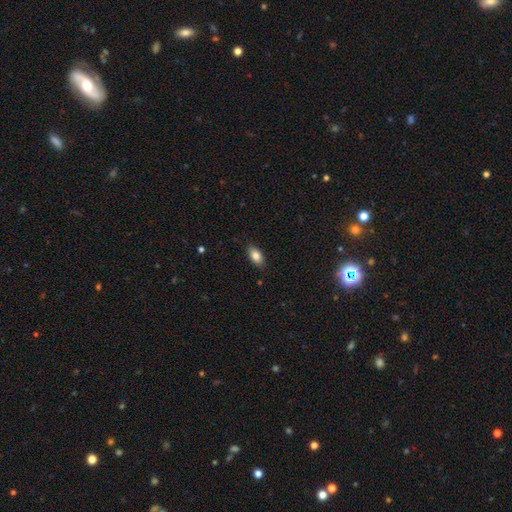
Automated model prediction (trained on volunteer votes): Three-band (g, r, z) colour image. It shows a smooth galaxy with no disk features (83%) that is in between round and cigar-shaped (90%). Merging: none (86%).